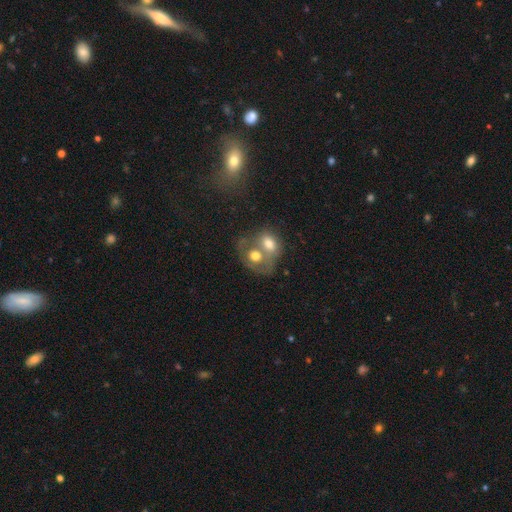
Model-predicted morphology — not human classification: smooth 57%, featured or disk 35%, star or artifact 8%. Down the decision tree: how rounded — in between (54%); merging — merger (68%).